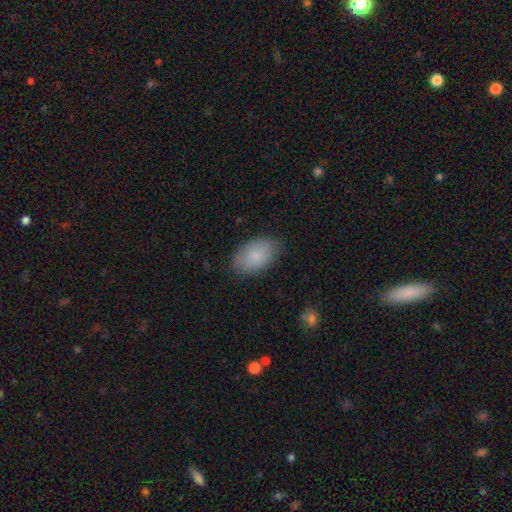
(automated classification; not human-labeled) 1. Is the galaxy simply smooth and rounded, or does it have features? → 82% smooth, 11% featured or disk, 7% star or artifact.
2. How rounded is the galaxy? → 92% in between, 7% round, 1% cigar-shaped.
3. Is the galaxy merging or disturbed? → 82% none, 14% minor disturbance, 3% major disturbance, 1% merger.